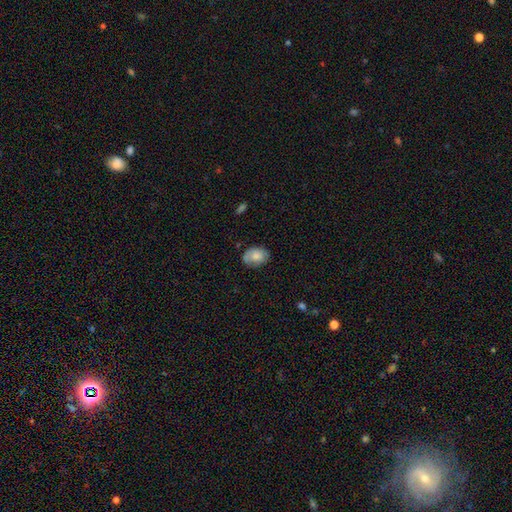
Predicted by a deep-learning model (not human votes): Smooth or featured: smooth — 68% (featured or disk — 24%)
How rounded: in between — 70% (round — 29%)
Merging: none — 70% (minor disturbance — 23%)